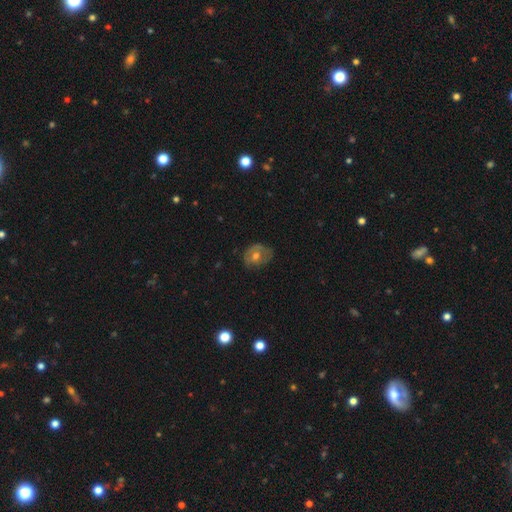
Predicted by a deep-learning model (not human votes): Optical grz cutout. It shows a smooth galaxy with no disk features (47%). Merging: none (68%).